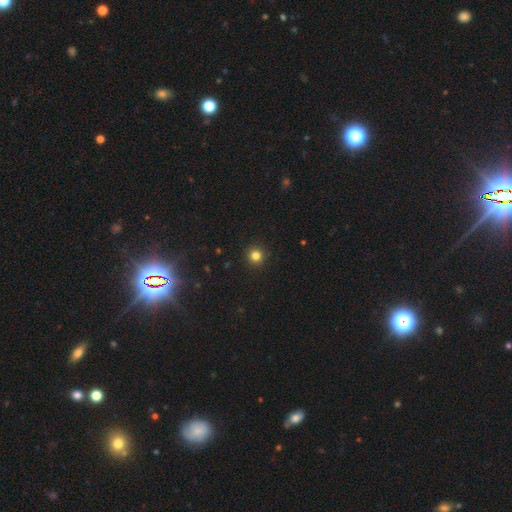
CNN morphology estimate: This appears to be a smooth galaxy with no disk features (82%) that is round (95%). Merging: none (93%).